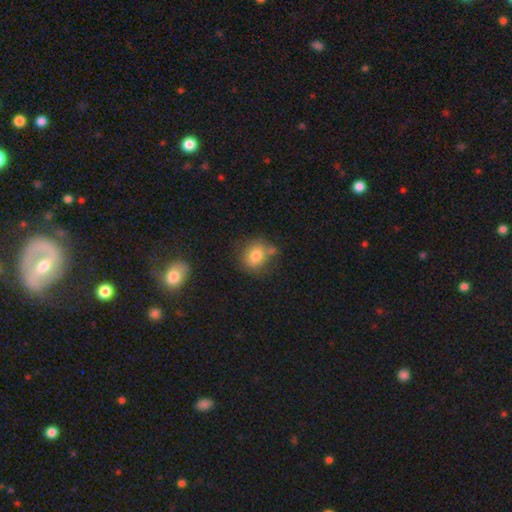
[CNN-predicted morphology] Smooth or featured? Predicted: smooth (p=0.78). How rounded? Predicted: round (p=0.70). Merging? Predicted: none (p=0.63).